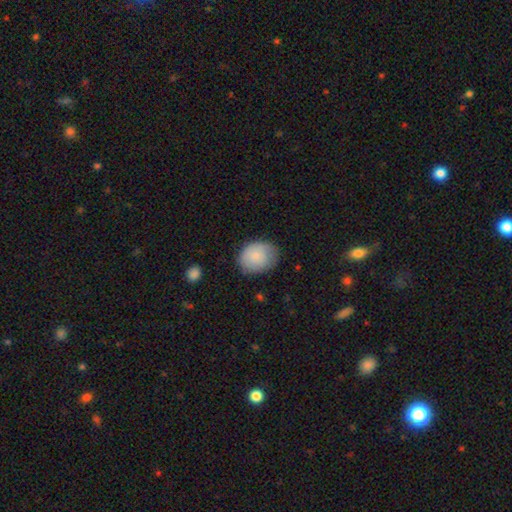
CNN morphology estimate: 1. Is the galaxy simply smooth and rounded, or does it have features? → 79% smooth, 14% featured or disk, 7% star or artifact.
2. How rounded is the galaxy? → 59% in between, 40% round, 1% cigar-shaped.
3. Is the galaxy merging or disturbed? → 71% none, 23% minor disturbance, 5% major disturbance, 1% merger.